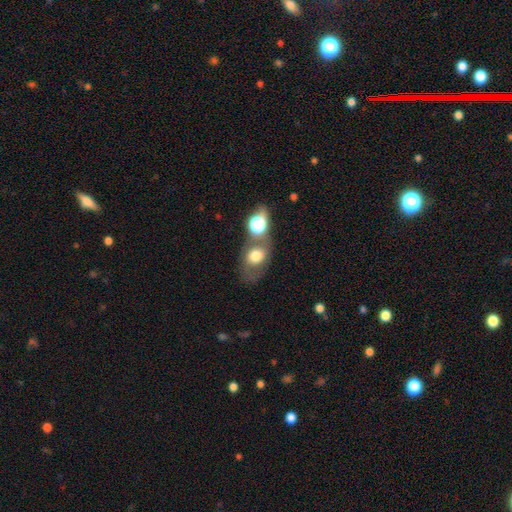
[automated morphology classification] Overall: smooth (62%; featured or disk 26%). How rounded: in between (62%; round 36%). Merging: none (43%; merger 32%).